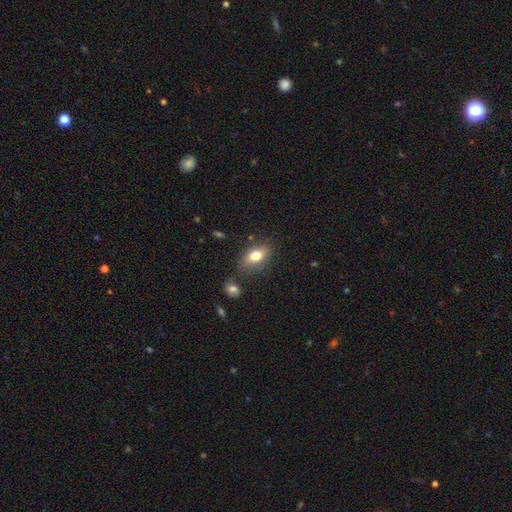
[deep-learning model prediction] Smooth or featured: smooth — 77% (featured or disk — 14%)
How rounded: in between — 85% (round — 11%)
Merging: none — 74% (minor disturbance — 15%)